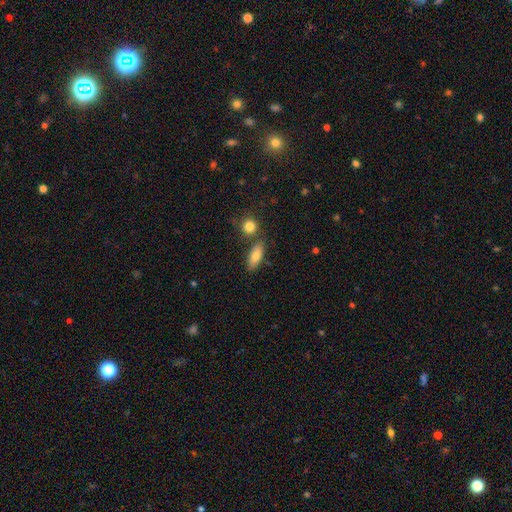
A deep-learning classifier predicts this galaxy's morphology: The model was most divided on "how rounded": in between: 75%, cigar-shaped: 21%, round: 4%. More confident: smooth or featured — smooth (76%); merging — none (72%).